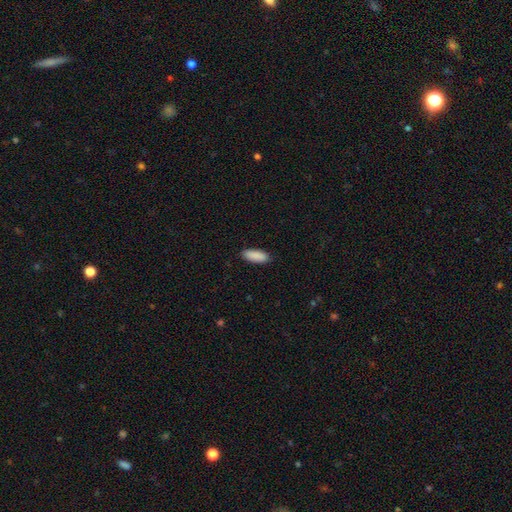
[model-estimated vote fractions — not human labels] A smooth galaxy with no disk features (91%) that is in between round and cigar-shaped (72%).

Vote fractions:
- Smooth or featured? smooth: 91% / star or artifact: 6% / featured or disk: 3%
- How rounded? in between: 72% / cigar-shaped: 27% / round: 2%
- Merging? none: 89% / minor disturbance: 8% / major disturbance: 2% / merger: 1%